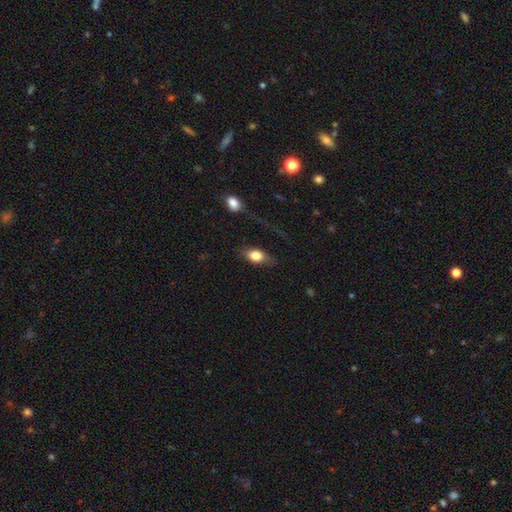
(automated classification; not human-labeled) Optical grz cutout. It shows a smooth galaxy with no disk features (75%) that is in between round and cigar-shaped (80%). Merging: none (60%).